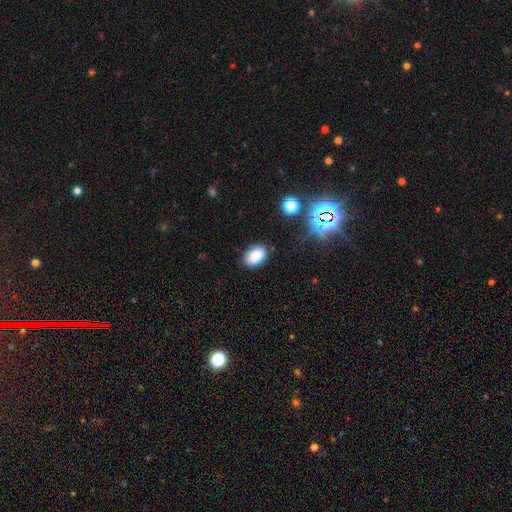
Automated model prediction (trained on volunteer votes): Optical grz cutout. It shows a smooth galaxy with no disk features (85%) that is in between round and cigar-shaped (90%). Merging: none (84%).